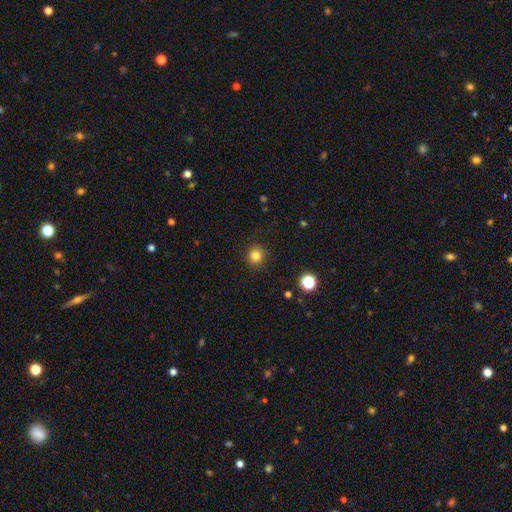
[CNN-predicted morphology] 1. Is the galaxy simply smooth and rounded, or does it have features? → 82% smooth, 13% star or artifact, 5% featured or disk.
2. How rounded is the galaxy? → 92% round, 7% in between, 1% cigar-shaped.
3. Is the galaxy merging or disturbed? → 91% none, 6% minor disturbance, 2% major disturbance, 1% merger.